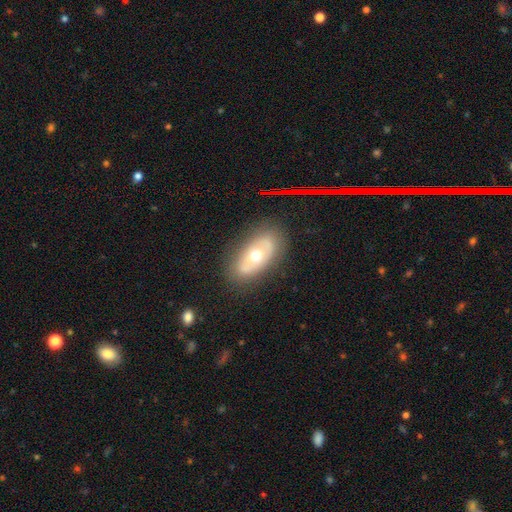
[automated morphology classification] A featured or disk galaxy (53%).

Vote fractions:
- Smooth or featured? featured or disk: 53% / smooth: 39% / star or artifact: 8%
- Edge-on disk? no: 87% / yes: 13%
- Merging? none: 79% / minor disturbance: 14% / major disturbance: 5% / merger: 2%